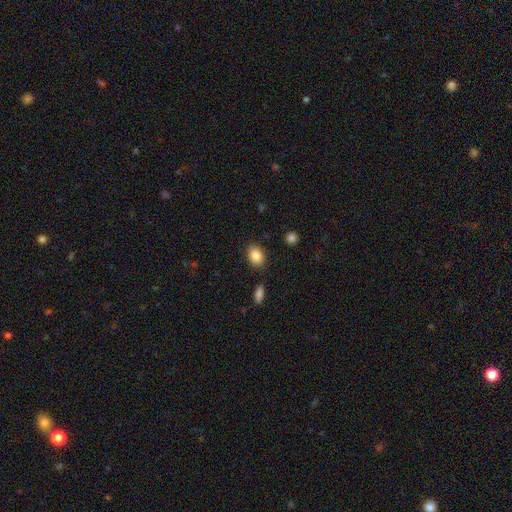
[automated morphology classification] A smooth galaxy with no disk features (87%) that is in between round and cigar-shaped (76%).

Vote fractions:
- Smooth or featured? smooth: 87% / star or artifact: 8% / featured or disk: 5%
- How rounded? in between: 76% / round: 22% / cigar-shaped: 1%
- Merging? none: 84% / minor disturbance: 10% / major disturbance: 3% / merger: 3%